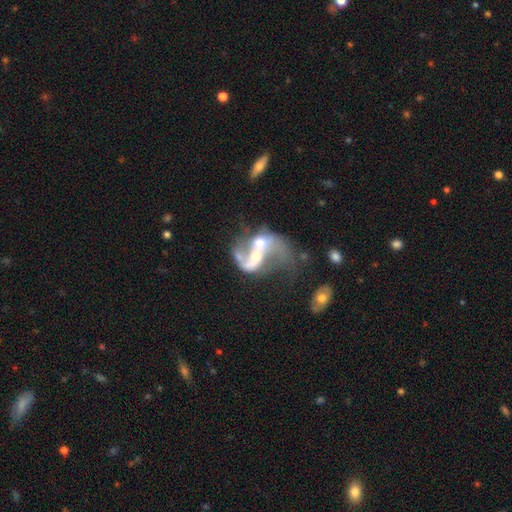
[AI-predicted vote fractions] A featured or disk galaxy (77%) with no bar (52%), 2 (72%) loose (74%) spiral arms (72%) and a moderate central bulge (48%). Merging: merger (54%).